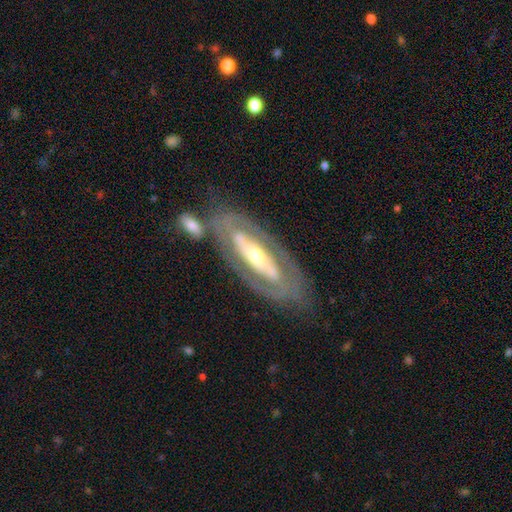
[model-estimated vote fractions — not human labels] smooth_or_featured: featured or disk (p=0.78) [alt: smooth p=0.16]
disk_edge_on: no (p=0.85) [alt: yes p=0.15]
bar: no (p=0.60) [alt: strong p=0.21]
has_spiral_arms: yes (p=0.52) [alt: no p=0.48]
bulge_size: moderate (p=0.51) [alt: small p=0.40]
merging: none (p=0.70) [alt: minor disturbance p=0.14]